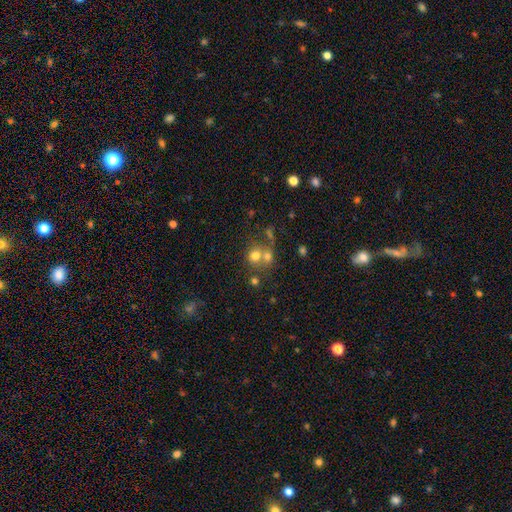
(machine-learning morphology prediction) Overall: smooth (70%). How rounded: round (80%). Merging: merger (47%; none 41%).